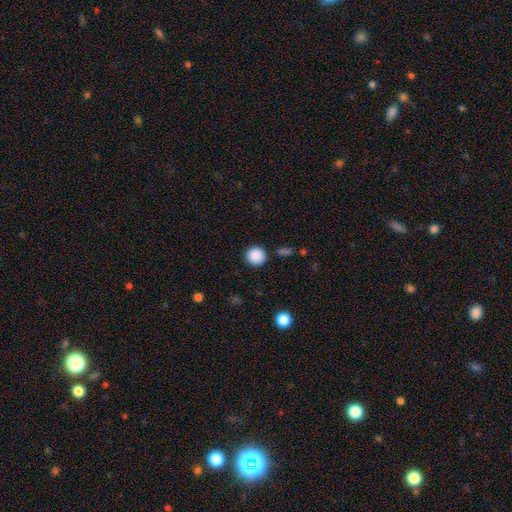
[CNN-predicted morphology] This appears to be a smooth galaxy with no disk features (88%) that is round (94%). Merging: none (90%).